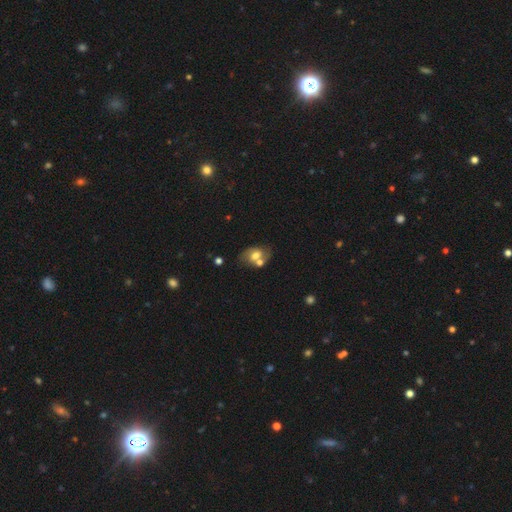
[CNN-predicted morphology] A smooth galaxy with no disk features (45%). Merging: none (44%).